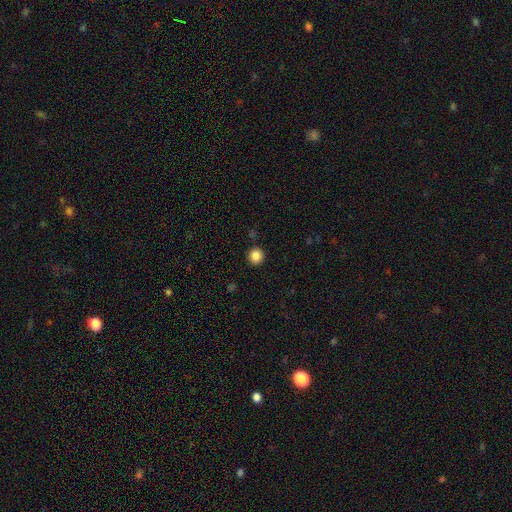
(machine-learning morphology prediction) A smooth galaxy with no disk features (85%) that is round (94%). Merging: none (91%).